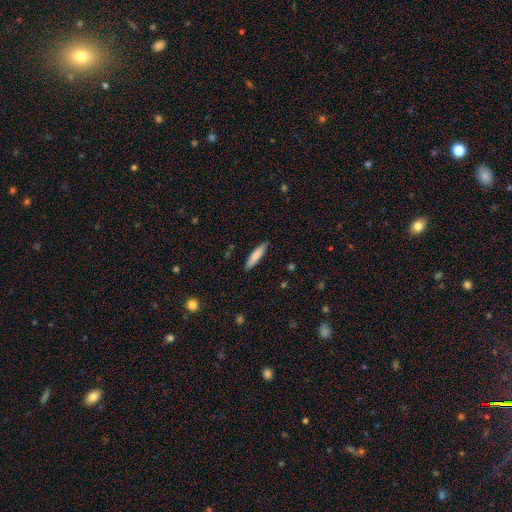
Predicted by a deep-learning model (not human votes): smooth_or_featured: smooth (p=0.82) [alt: featured or disk p=0.12]
how_rounded: cigar-shaped (p=0.84) [alt: in between p=0.15]
merging: none (p=0.89) [alt: minor disturbance p=0.08]